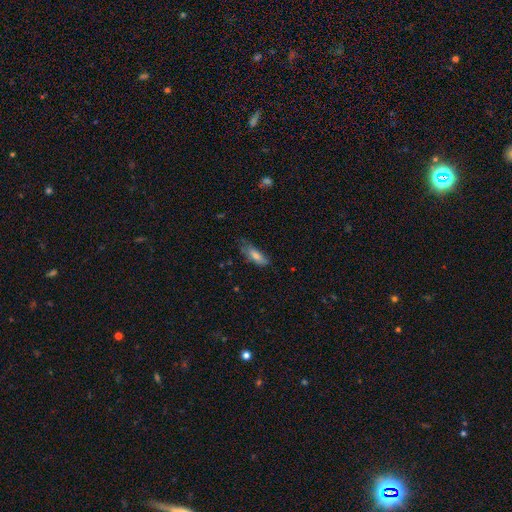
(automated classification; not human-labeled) smooth_or_featured: smooth (p=0.71) [alt: featured or disk p=0.21]
how_rounded: in between (p=0.62) [alt: cigar-shaped p=0.36]
merging: none (p=0.57) [alt: minor disturbance p=0.31]